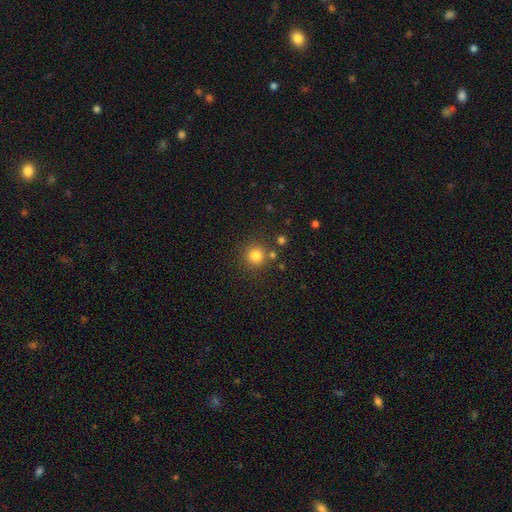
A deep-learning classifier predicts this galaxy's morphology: type=smooth (80%); roundness=round (94%); merging=none (81%).